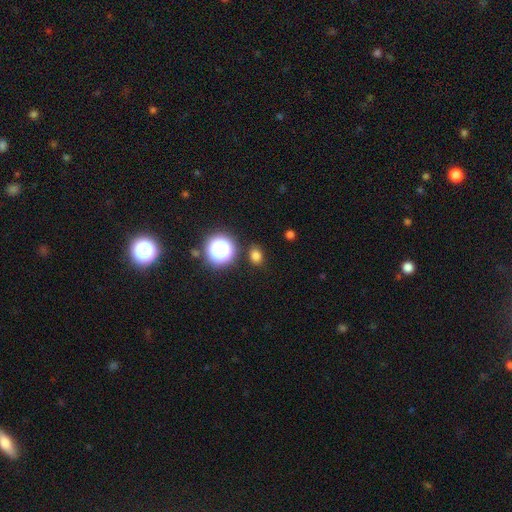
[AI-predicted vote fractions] The model was most divided on "how rounded": round: 53%, in between: 46%, cigar-shaped: 1%. More confident: merging — none (84%); smooth or featured — smooth (75%).